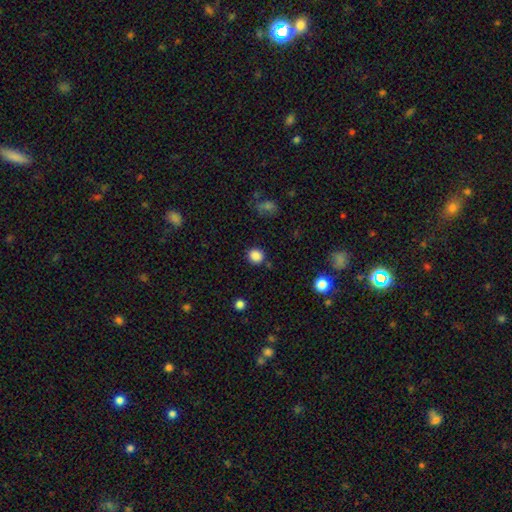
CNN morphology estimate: Q: Smooth or featured?
A: smooth (86%); runner-up: star or artifact (11%)
Q: How rounded?
A: round (84%); runner-up: in between (15%)
Q: Merging?
A: none (85%); runner-up: minor disturbance (9%)